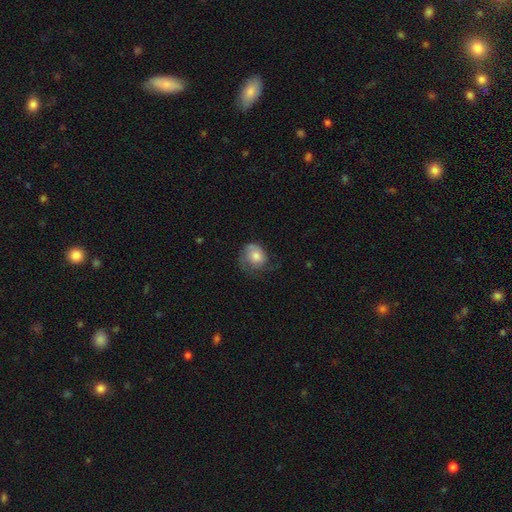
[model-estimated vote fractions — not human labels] A smooth galaxy with no disk features (63%) that is round (72%).

Vote fractions:
- Smooth or featured? smooth: 63% / featured or disk: 30% / star or artifact: 7%
- How rounded? round: 72% / in between: 27% / cigar-shaped: 1%
- Merging? none: 47% / minor disturbance: 29% / major disturbance: 22% / merger: 1%